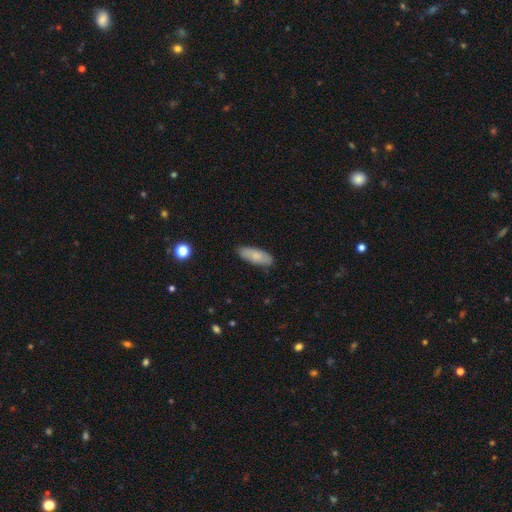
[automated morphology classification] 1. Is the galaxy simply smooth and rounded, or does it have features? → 80% smooth, 14% featured or disk, 6% star or artifact.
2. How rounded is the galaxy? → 72% in between, 26% cigar-shaped, 2% round.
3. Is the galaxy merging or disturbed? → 85% none, 12% minor disturbance, 2% major disturbance, 1% merger.